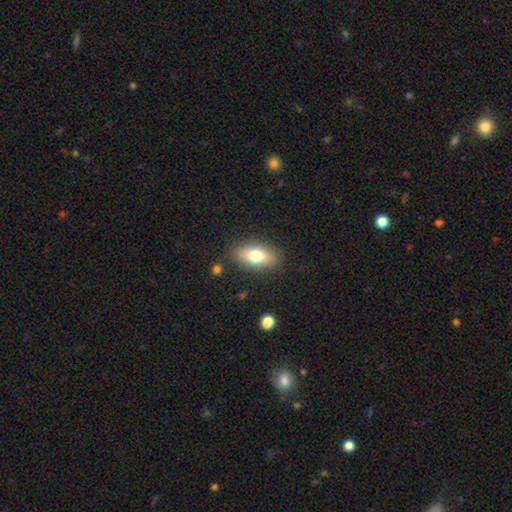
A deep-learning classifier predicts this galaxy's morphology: A smooth galaxy with no disk features (73%) that is in between round and cigar-shaped (87%).

Vote fractions:
- Smooth or featured? smooth: 73% / featured or disk: 19% / star or artifact: 8%
- How rounded? in between: 87% / round: 7% / cigar-shaped: 6%
- Merging? none: 85% / minor disturbance: 10% / major disturbance: 3% / merger: 2%